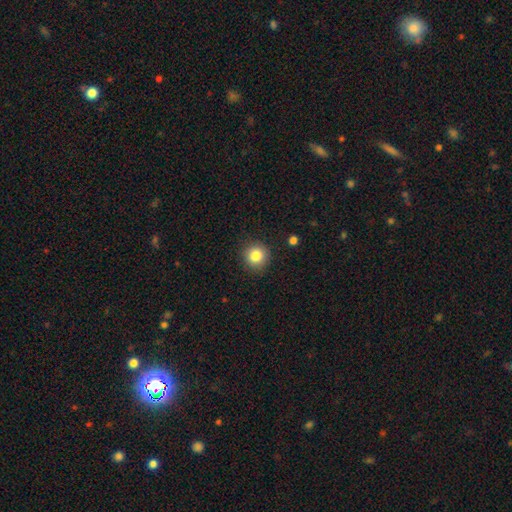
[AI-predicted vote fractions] This is clearly a smooth galaxy (83%). How rounded: clearly round (93%). Merging: clearly none (90%).